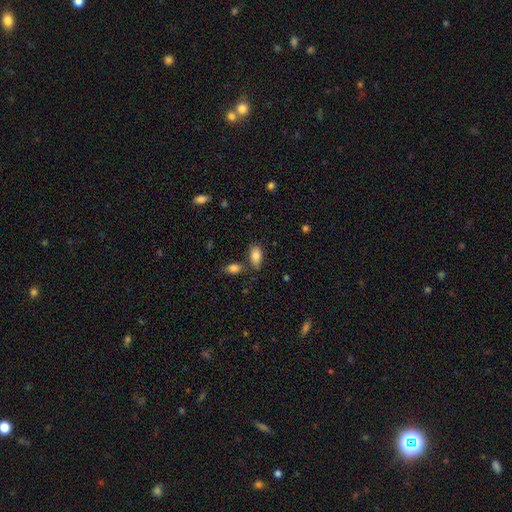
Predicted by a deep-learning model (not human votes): Q: Smooth or featured?
A: smooth (82%); runner-up: featured or disk (10%)
Q: How rounded?
A: in between (91%); runner-up: round (5%)
Q: Merging?
A: none (66%); runner-up: minor disturbance (18%)